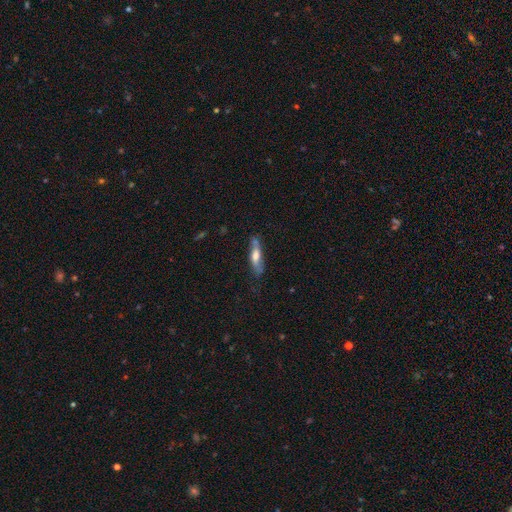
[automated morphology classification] type=smooth (55%); roundness=cigar-shaped (63%); merging=none (61%).